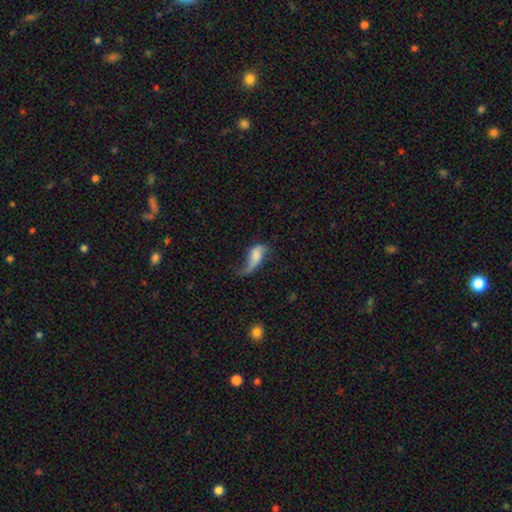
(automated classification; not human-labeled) This appears to be a featured or disk galaxy (48%). Merging: major disturbance (44%).